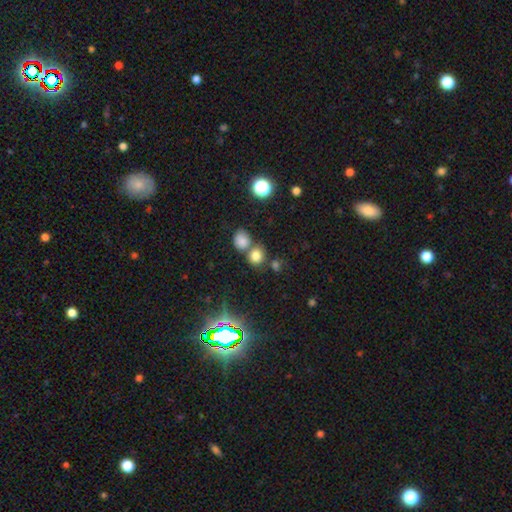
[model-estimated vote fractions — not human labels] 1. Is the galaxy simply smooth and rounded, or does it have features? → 76% smooth, 18% star or artifact, 7% featured or disk.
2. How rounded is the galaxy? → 78% round, 21% in between, 1% cigar-shaped.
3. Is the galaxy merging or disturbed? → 55% none, 33% merger, 8% minor disturbance, 4% major disturbance.